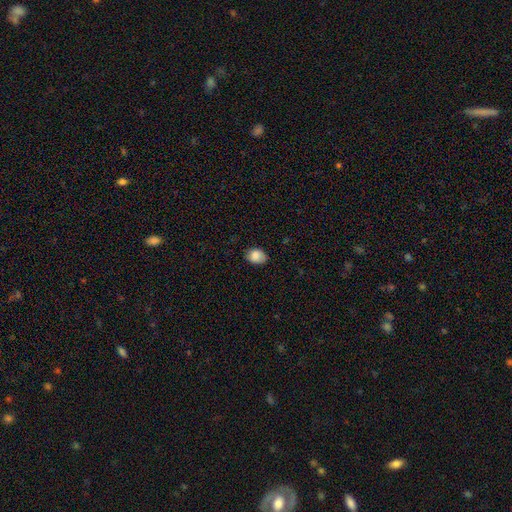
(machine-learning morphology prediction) smooth-or-featured: smooth: 86% | star or artifact: 8% | featured or disk: 6%
  how-rounded: in between: 67% | round: 32% | cigar-shaped: 1%
  merging: none: 74% | minor disturbance: 21% | major disturbance: 4% | merger: 1%